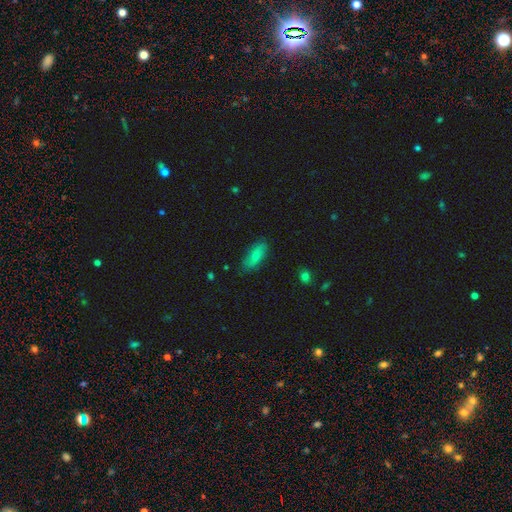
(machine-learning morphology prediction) Q: Smooth or featured?
A: smooth (78%); runner-up: featured or disk (16%)
Q: How rounded?
A: in between (77%); runner-up: cigar-shaped (21%)
Q: Merging?
A: none (79%); runner-up: minor disturbance (17%)